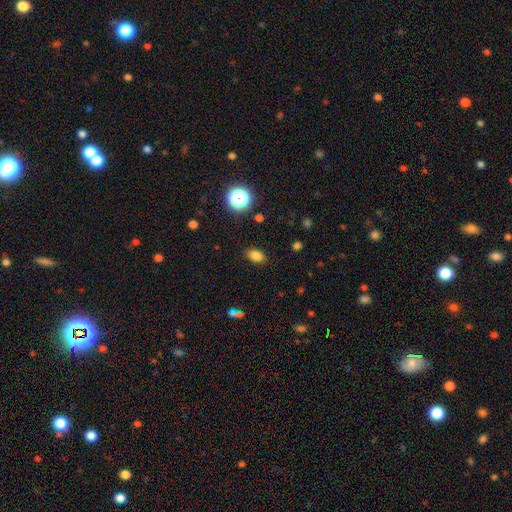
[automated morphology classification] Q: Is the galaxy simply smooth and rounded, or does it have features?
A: smooth — 80%.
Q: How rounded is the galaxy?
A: in between — 83%.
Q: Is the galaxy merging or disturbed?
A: none — 87%.